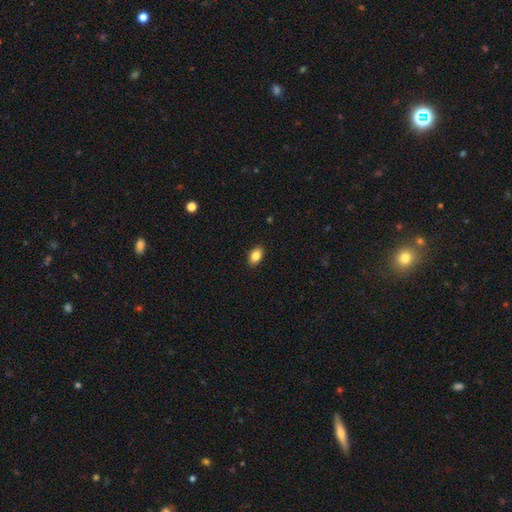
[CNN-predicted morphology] Q: Smooth or featured?
A: smooth (84%); runner-up: star or artifact (8%)
Q: How rounded?
A: in between (88%); runner-up: round (10%)
Q: Merging?
A: none (90%); runner-up: minor disturbance (8%)